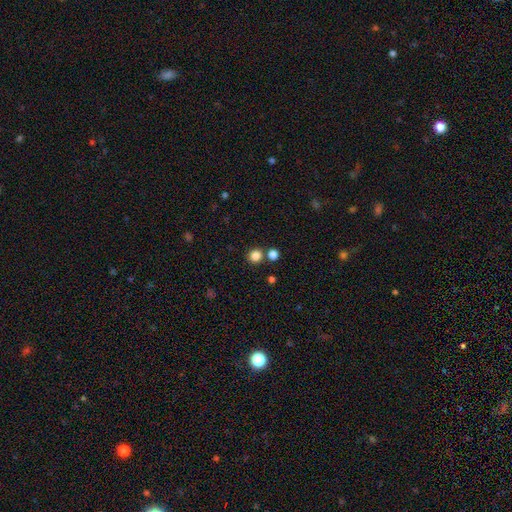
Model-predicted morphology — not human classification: smooth 83%, star or artifact 13%, featured or disk 4%. Down the decision tree: how rounded — round (91%); merging — none (76%).